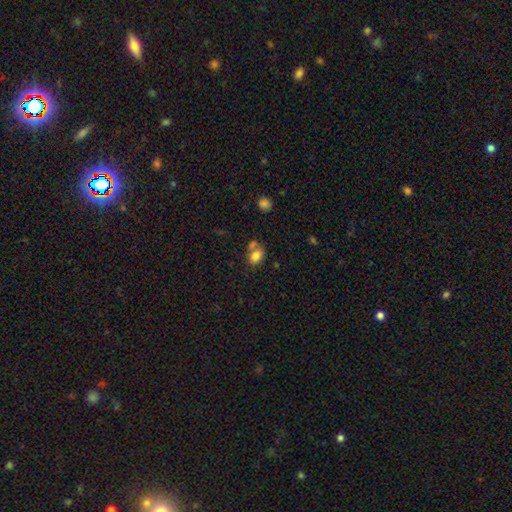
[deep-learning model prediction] Q: Smooth or featured?
A: smooth (81%); runner-up: star or artifact (10%)
Q: How rounded?
A: in between (70%); runner-up: round (29%)
Q: Merging?
A: none (51%); runner-up: merger (30%)